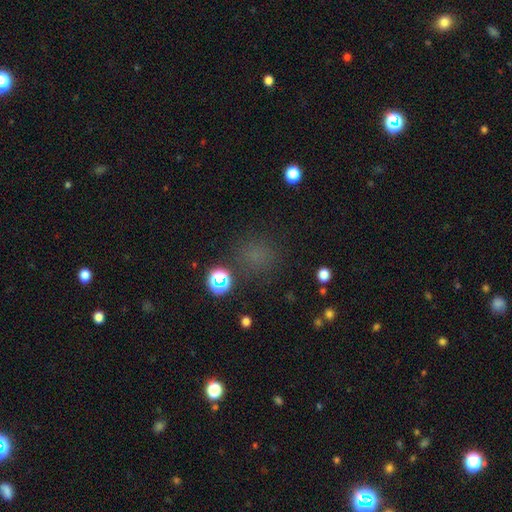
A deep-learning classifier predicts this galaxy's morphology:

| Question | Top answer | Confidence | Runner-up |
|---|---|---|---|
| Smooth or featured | smooth | 62% | star or artifact (31%) |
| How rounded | round | 83% | in between (15%) |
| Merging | none | 79% | minor disturbance (11%) |